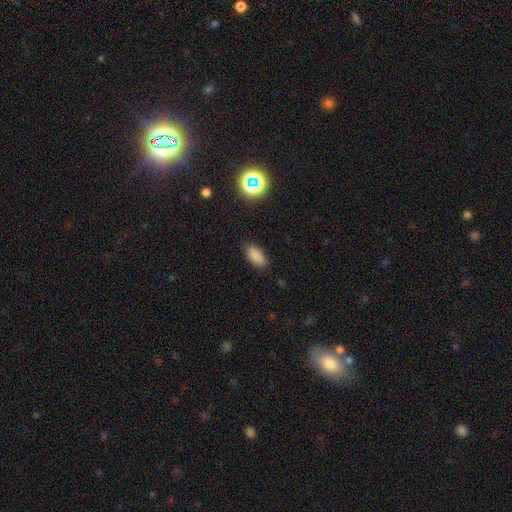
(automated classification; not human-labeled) smooth 84%, star or artifact 12%, featured or disk 4%. Down the decision tree: how rounded — in between (91%); merging — none (86%).